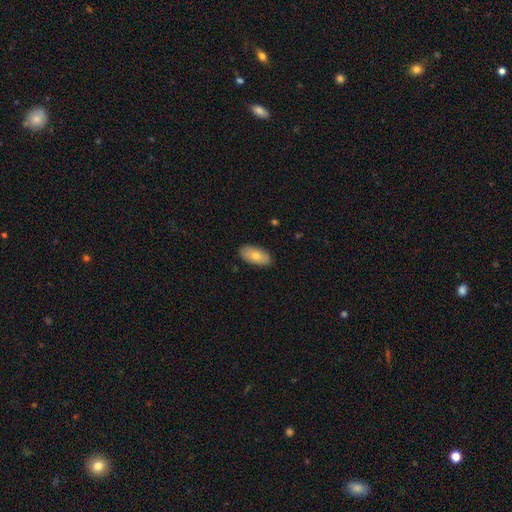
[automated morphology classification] A smooth galaxy with no disk features (73%) that is in between round and cigar-shaped (93%).

Vote fractions:
- Smooth or featured? smooth: 73% / featured or disk: 21% / star or artifact: 6%
- How rounded? in between: 93% / cigar-shaped: 3% / round: 3%
- Merging? none: 87% / minor disturbance: 10% / major disturbance: 2% / merger: 1%